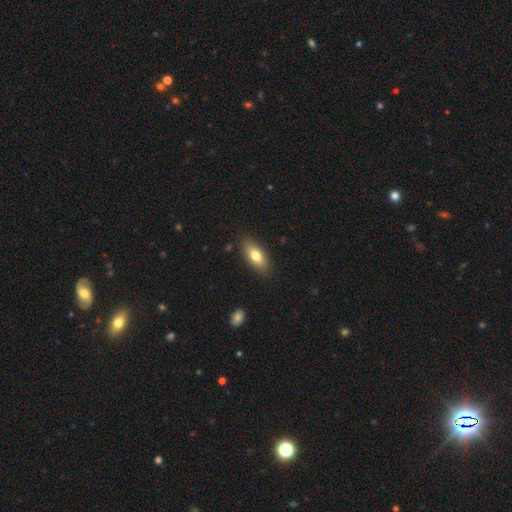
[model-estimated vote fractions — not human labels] Overall: smooth (73%). How rounded: in between (80%). Merging: none (85%).